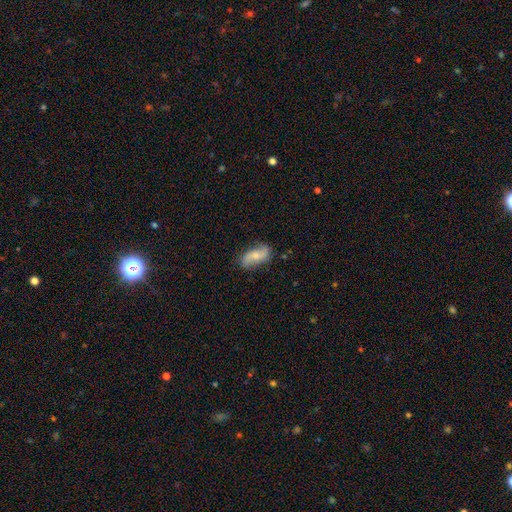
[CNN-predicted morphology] smooth_or_featured: featured or disk (p=0.57) [alt: smooth p=0.36]
disk_edge_on: no (p=0.94) [alt: yes p=0.06]
bar: no (p=0.57) [alt: weak p=0.33]
has_spiral_arms: yes (p=0.90) [alt: no p=0.10]
bulge_size: small (p=0.45) [alt: moderate p=0.42]
merging: none (p=0.74) [alt: minor disturbance p=0.19]